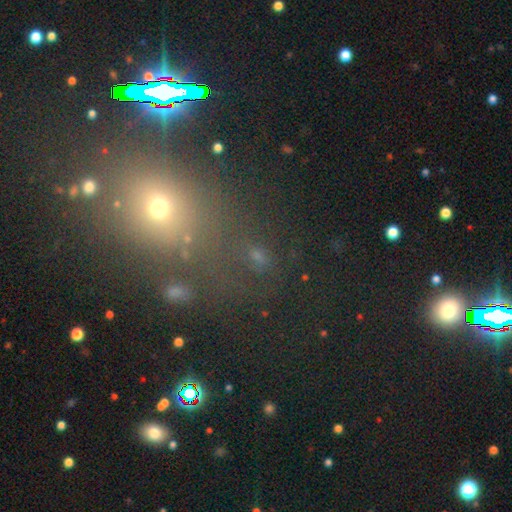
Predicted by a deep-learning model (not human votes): The model was most divided on "smooth or featured": star or artifact: 51%, smooth: 38%, featured or disk: 10%.